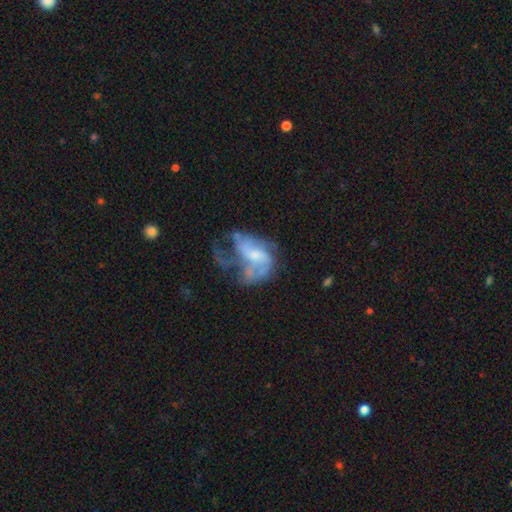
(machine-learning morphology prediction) This is likely a featured or disk galaxy (70%). It is clearly not viewed edge-on (97%). Bar: possibly no (58%). Spiral arm pattern: likely yes (66%). Central bulge: marginally small (44%). Merging: possibly major disturbance (49%).